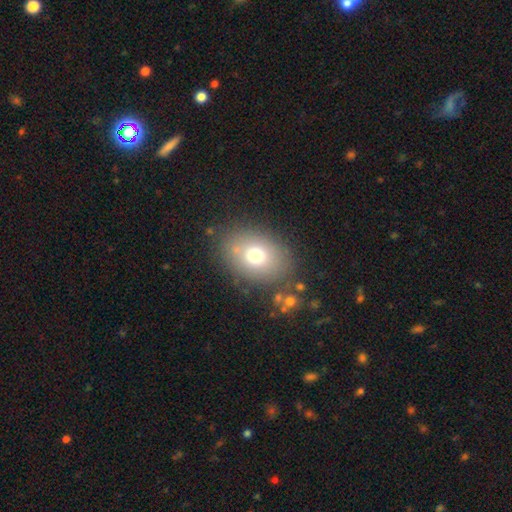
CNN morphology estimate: Overall: smooth (72%). How rounded: in between (68%; round 31%). Merging: none (80%).